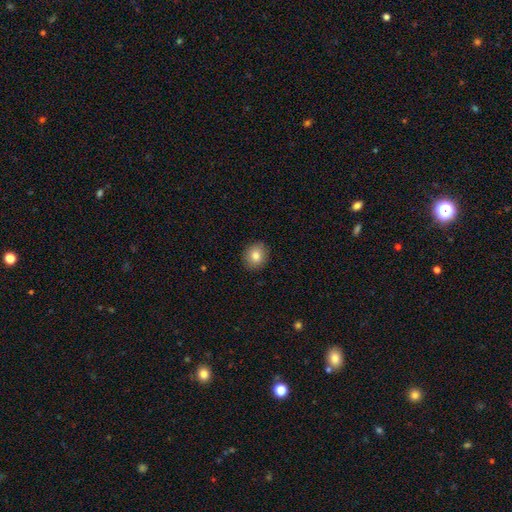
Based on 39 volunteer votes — Volunteers were most divided on "smooth or featured": smooth: 77%, featured or disk: 15%, star or artifact: 8%. More confident: merging — none (92%); how rounded — round (83%).